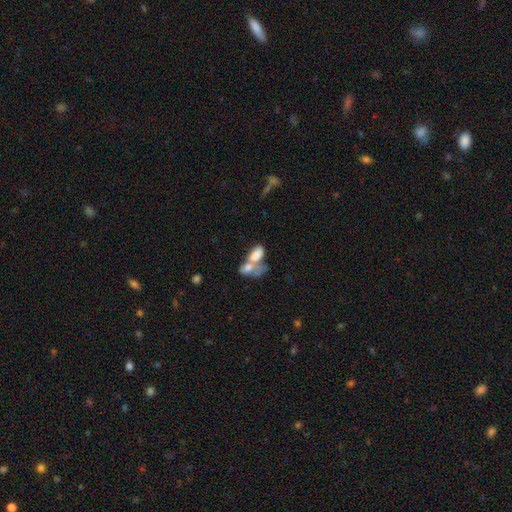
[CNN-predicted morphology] smooth_or_featured: smooth (p=0.70) [alt: featured or disk p=0.21]
how_rounded: in between (p=0.89) [alt: round p=0.08]
merging: merger (p=0.73) [alt: none p=0.12]